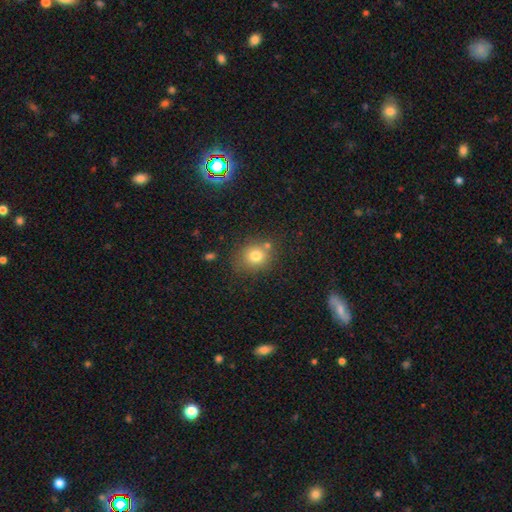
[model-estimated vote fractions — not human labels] Q: Smooth or featured?
A: smooth (78%); runner-up: star or artifact (12%)
Q: How rounded?
A: round (76%); runner-up: in between (24%)
Q: Merging?
A: none (72%); runner-up: minor disturbance (14%)